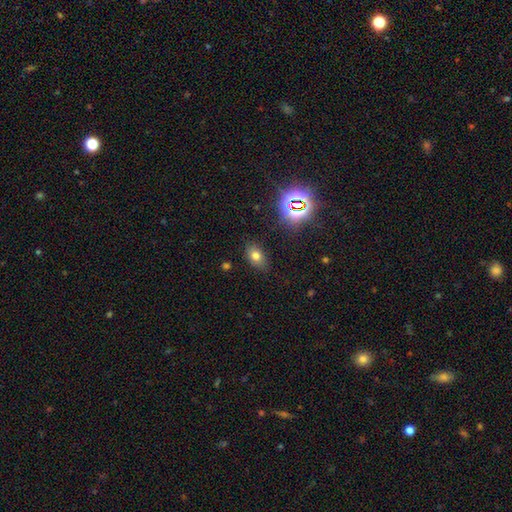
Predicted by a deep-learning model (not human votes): Smooth or featured?
  - smooth: 70% *
  - star or artifact: 20%
  - featured or disk: 11%
How rounded?
  - in between: 80% *
  - round: 18%
  - cigar-shaped: 2%
Merging?
  - none: 82% *
  - minor disturbance: 13%
  - major disturbance: 4%
  - merger: 2%